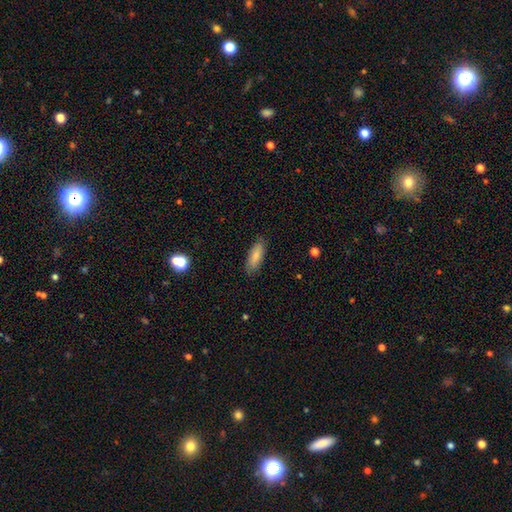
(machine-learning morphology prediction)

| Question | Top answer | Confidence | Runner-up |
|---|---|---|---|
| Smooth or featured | smooth | 81% | featured or disk (13%) |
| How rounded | in between | 67% | cigar-shaped (31%) |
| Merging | none | 84% | minor disturbance (12%) |